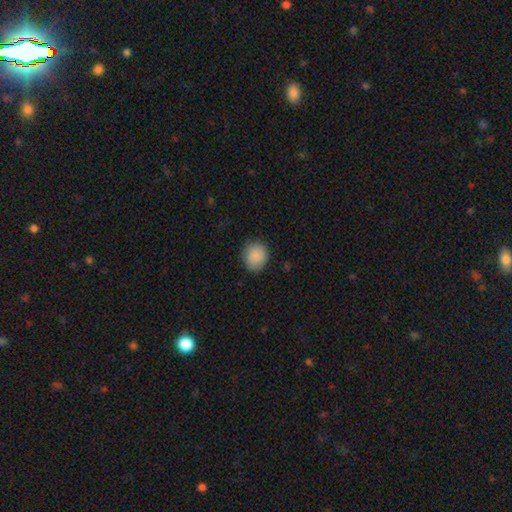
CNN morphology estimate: This is clearly a smooth galaxy (89%). How rounded: likely round (78%). Merging: clearly none (83%).